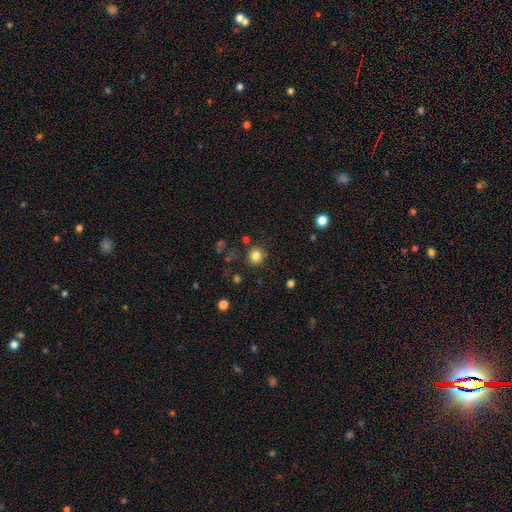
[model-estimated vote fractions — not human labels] Smooth or featured: smooth — 82% (star or artifact — 13%)
How rounded: round — 91% (in between — 8%)
Merging: none — 86% (minor disturbance — 8%)